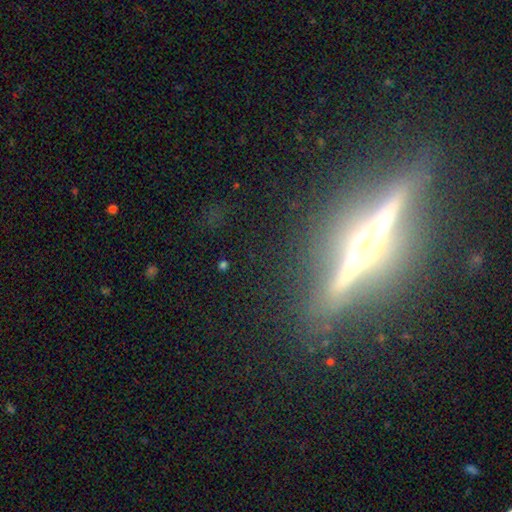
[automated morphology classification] This is clearly a featured or disk galaxy (80%). It is clearly viewed edge-on (96%). Edge-on bulge: likely rounded (69%). Merging: clearly none (87%).